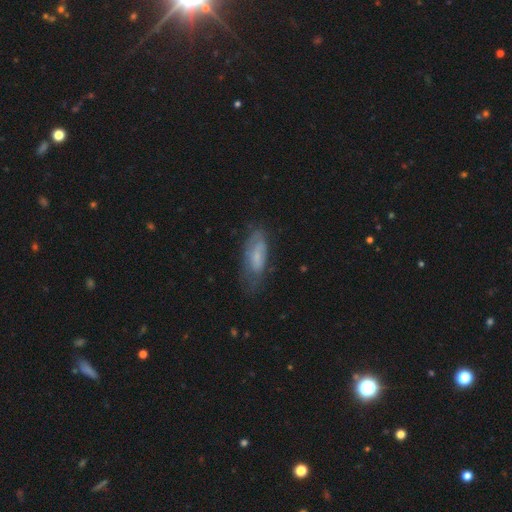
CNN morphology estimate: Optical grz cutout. It shows a smooth galaxy with no disk features (51%) that is in between round and cigar-shaped (64%). Merging: none (60%).